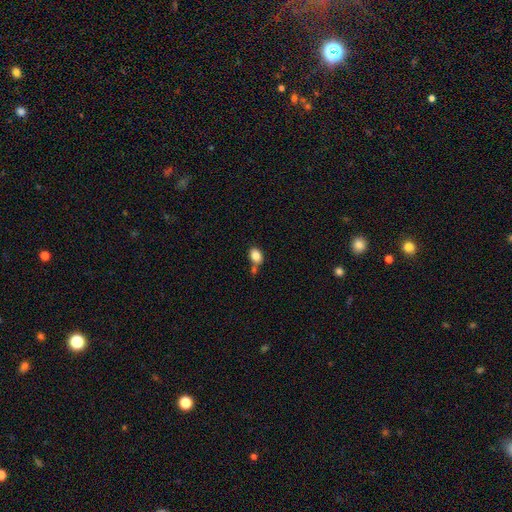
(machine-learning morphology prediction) type=smooth (85%); roundness=in between (76%); merging=none (58%).